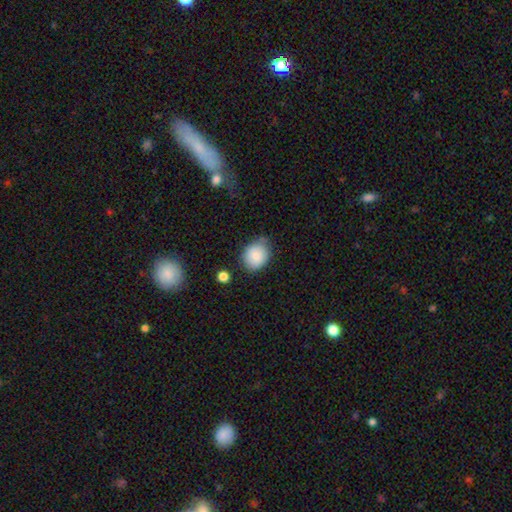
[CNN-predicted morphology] A smooth galaxy with no disk features (87%) that is round (53%). Merging: none (63%).